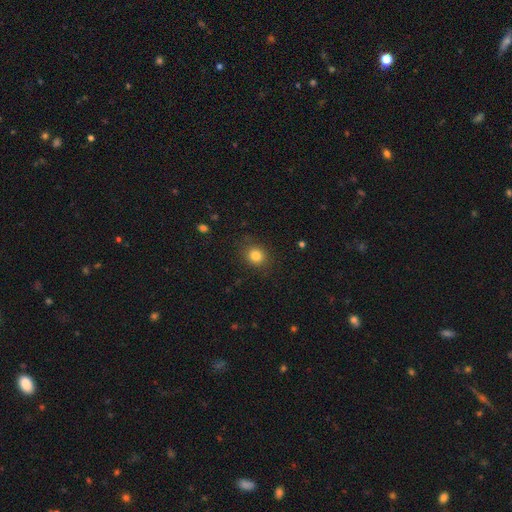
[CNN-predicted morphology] This is clearly a smooth galaxy (82%). How rounded: likely round (76%). Merging: clearly none (85%).